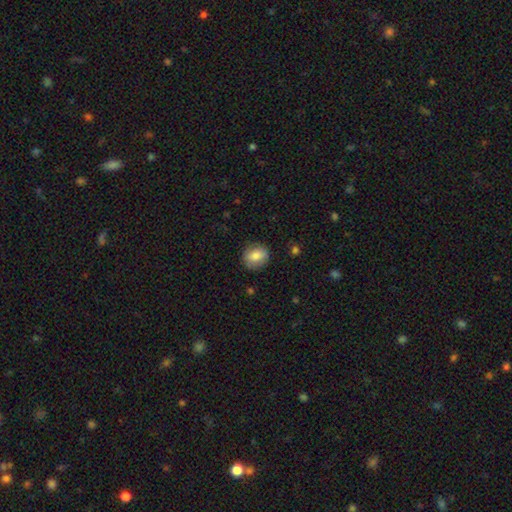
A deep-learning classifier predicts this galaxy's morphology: Overall: smooth (78%). How rounded: round (70%). Merging: none (85%).